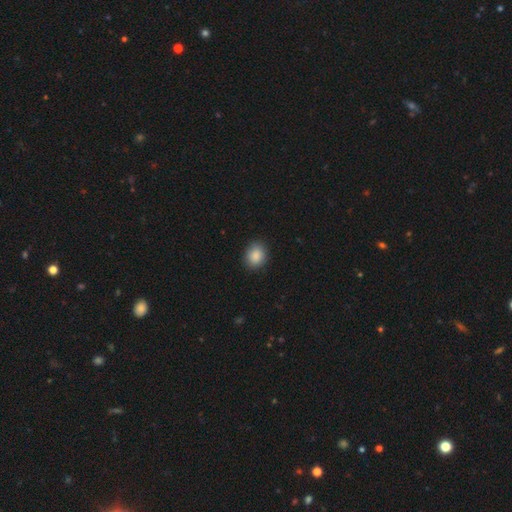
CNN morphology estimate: smooth_or_featured: smooth (p=0.88) [alt: star or artifact p=0.08]
how_rounded: round (p=0.55) [alt: in between p=0.44]
merging: none (p=0.87) [alt: minor disturbance p=0.10]